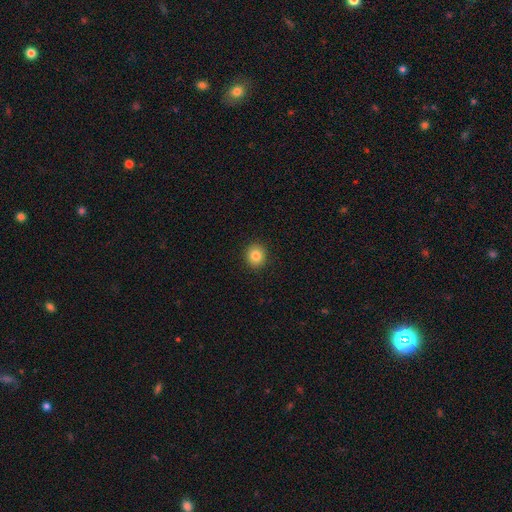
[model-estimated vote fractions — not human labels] Overall: smooth (84%). How rounded: round (86%). Merging: none (92%).